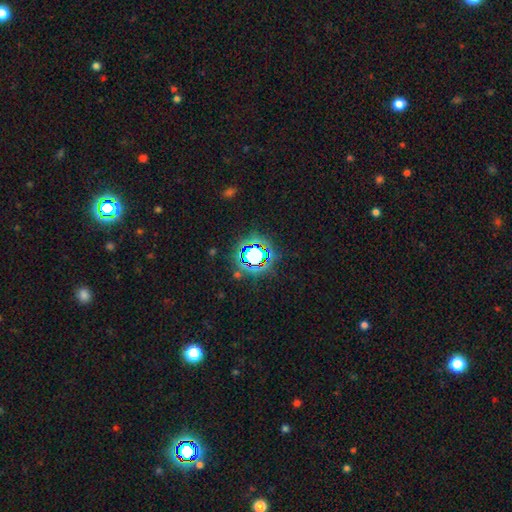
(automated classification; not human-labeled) Morphology: type=star or artifact (68%).